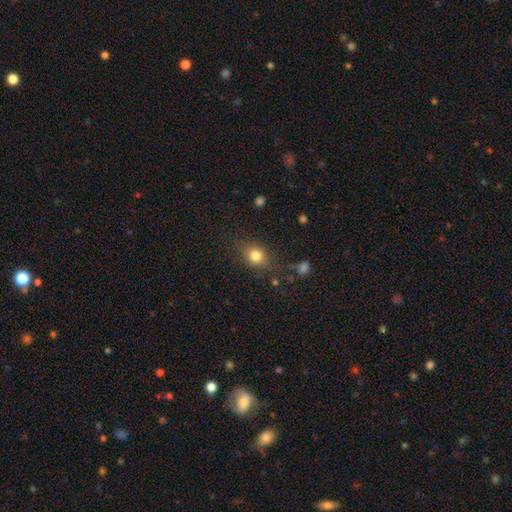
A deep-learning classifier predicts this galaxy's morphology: This appears to be a smooth galaxy with no disk features (81%) that is round (58%). Merging: none (77%).